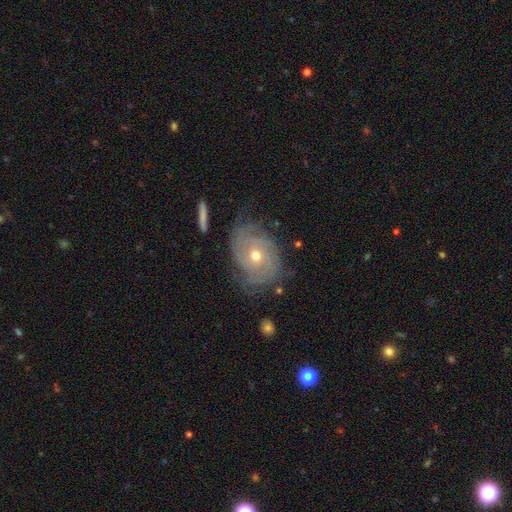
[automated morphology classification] This appears to be a featured or disk galaxy (80%) with no bar (79%), tight (66%) spiral arms (90%) and a moderate central bulge (59%). Merging: none (70%).